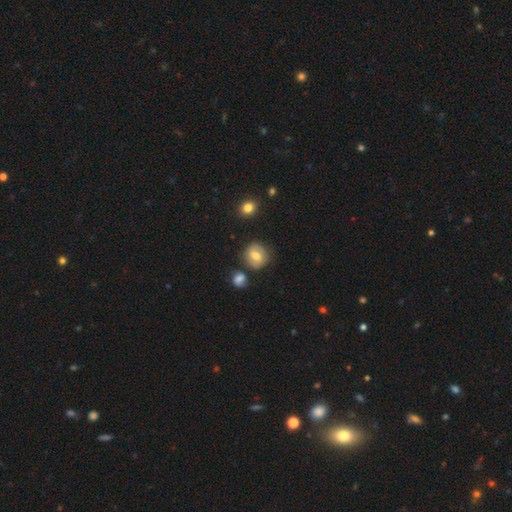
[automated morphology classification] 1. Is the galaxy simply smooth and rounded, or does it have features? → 61% smooth, 31% featured or disk, 8% star or artifact.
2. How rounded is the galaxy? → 77% round, 21% in between, 1% cigar-shaped.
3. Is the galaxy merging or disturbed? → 76% none, 14% minor disturbance, 6% merger, 4% major disturbance.